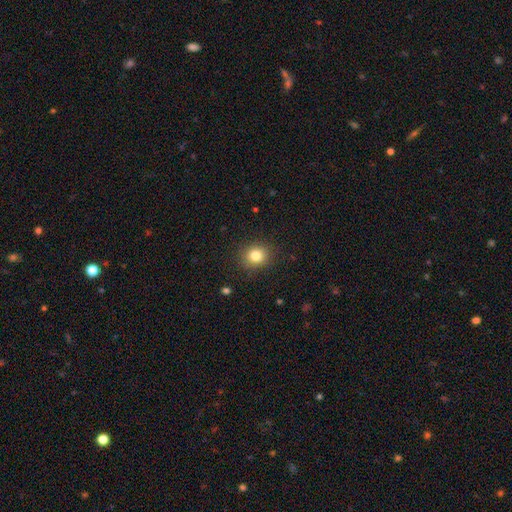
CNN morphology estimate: The model was most divided on "how rounded": round: 79%, in between: 20%, cigar-shaped: 1%. More confident: merging — none (88%); smooth or featured — smooth (82%).